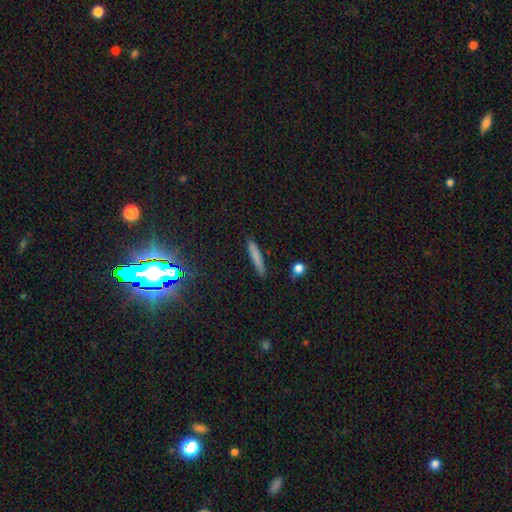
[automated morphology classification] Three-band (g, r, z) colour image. It shows a smooth galaxy with no disk features (75%) that is cigar-shaped (93%). Merging: none (86%).